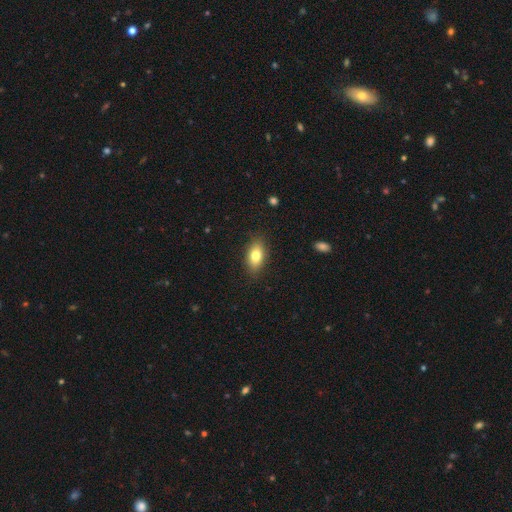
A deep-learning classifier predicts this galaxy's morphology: Smooth or featured: smooth — 79% (featured or disk — 14%)
How rounded: in between — 87% (round — 7%)
Merging: none — 86% (minor disturbance — 11%)